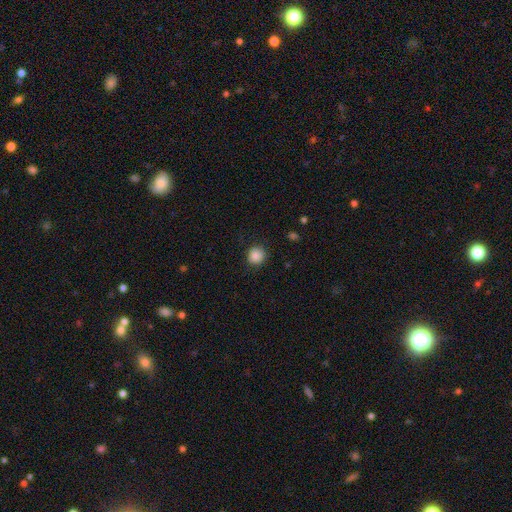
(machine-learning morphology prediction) smooth-or-featured: smooth: 87% | star or artifact: 10% | featured or disk: 3%
  how-rounded: round: 90% | in between: 9% | cigar-shaped: 1%
  merging: none: 86% | minor disturbance: 10% | major disturbance: 3% | merger: 1%